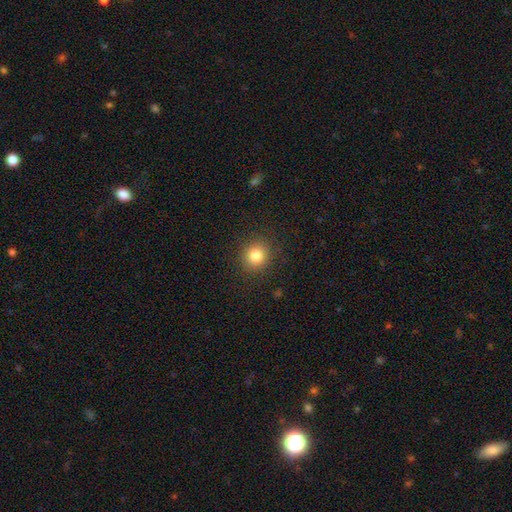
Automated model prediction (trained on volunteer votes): This appears to be a smooth galaxy with no disk features (83%) that is round (88%). Merging: none (90%).